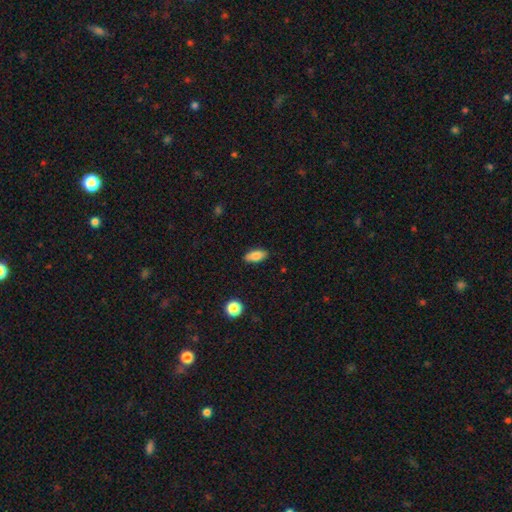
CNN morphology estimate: The model was most divided on "how rounded": in between: 83%, cigar-shaped: 14%, round: 3%. More confident: merging — none (86%); smooth or featured — smooth (83%).